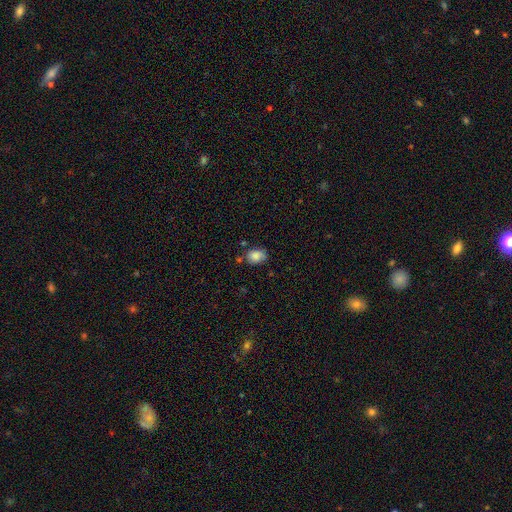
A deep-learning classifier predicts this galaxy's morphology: This is clearly a smooth galaxy (84%). How rounded: likely in between (68%). Merging: likely none (66%).